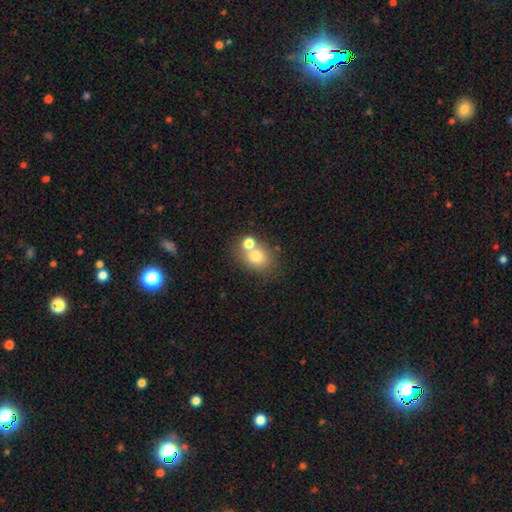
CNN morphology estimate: type=smooth (73%); roundness=round (59%); merging=none (50%).